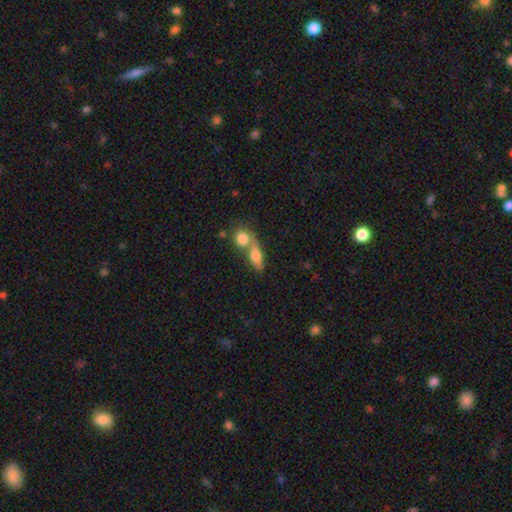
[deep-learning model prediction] Smooth or featured?
  - smooth: 70% *
  - featured or disk: 22%
  - star or artifact: 8%
How rounded?
  - in between: 64% *
  - cigar-shaped: 19%
  - round: 17%
Merging?
  - merger: 56% *
  - none: 31%
  - minor disturbance: 8%
  - major disturbance: 5%